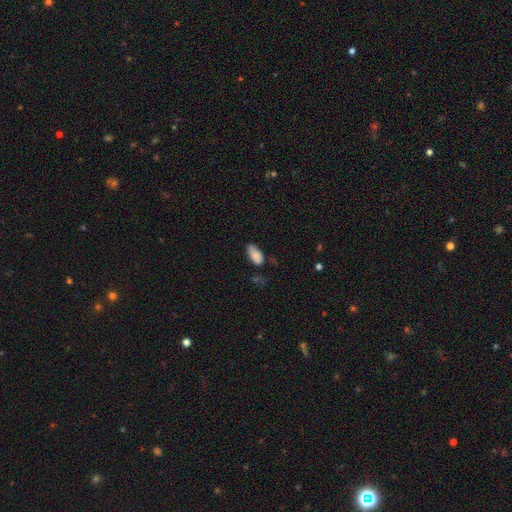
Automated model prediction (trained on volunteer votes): Smooth or featured: smooth — 84% (featured or disk — 8%)
How rounded: in between — 93% (cigar-shaped — 5%)
Merging: none — 55% (minor disturbance — 33%)